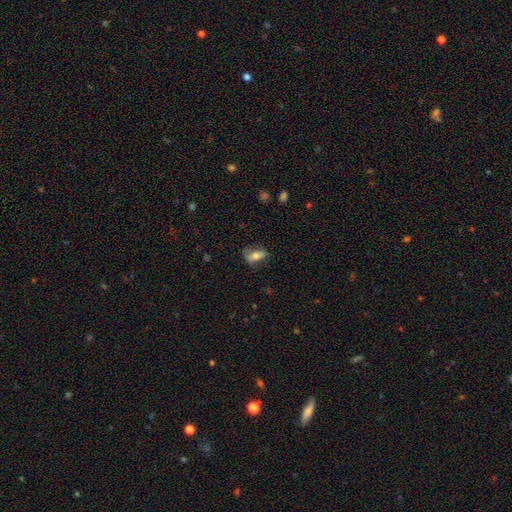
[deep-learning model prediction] This appears to be a smooth galaxy with no disk features (57%) that is in between round and cigar-shaped (74%). Merging: none (60%).